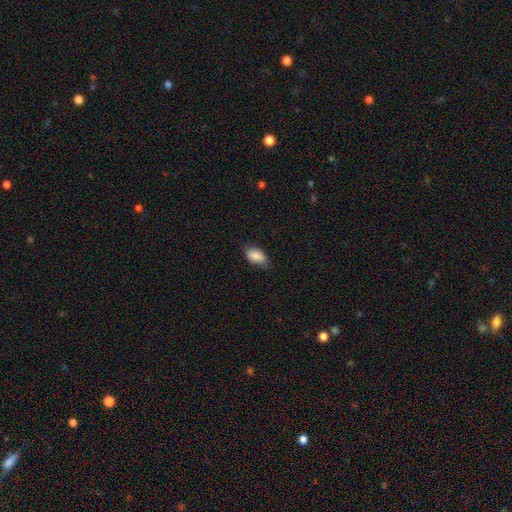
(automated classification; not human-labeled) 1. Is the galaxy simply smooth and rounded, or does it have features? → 88% smooth, 7% star or artifact, 5% featured or disk.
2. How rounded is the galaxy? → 90% in between, 8% round, 2% cigar-shaped.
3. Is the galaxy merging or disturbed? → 68% none, 26% minor disturbance, 5% major disturbance, 1% merger.